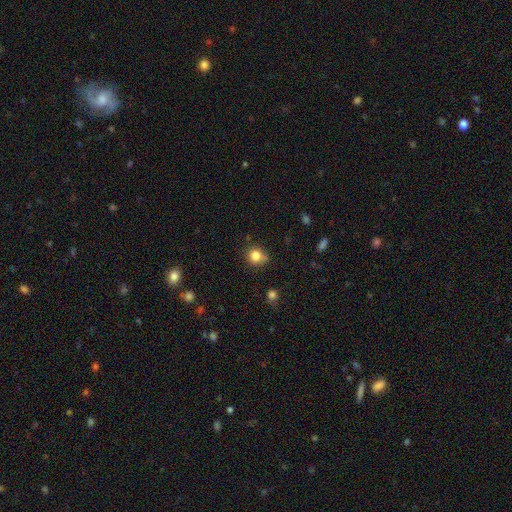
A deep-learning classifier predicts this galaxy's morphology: smooth_or_featured: smooth (p=0.82) [alt: star or artifact p=0.12]
how_rounded: round (p=0.79) [alt: in between p=0.20]
merging: none (p=0.68) [alt: minor disturbance p=0.23]